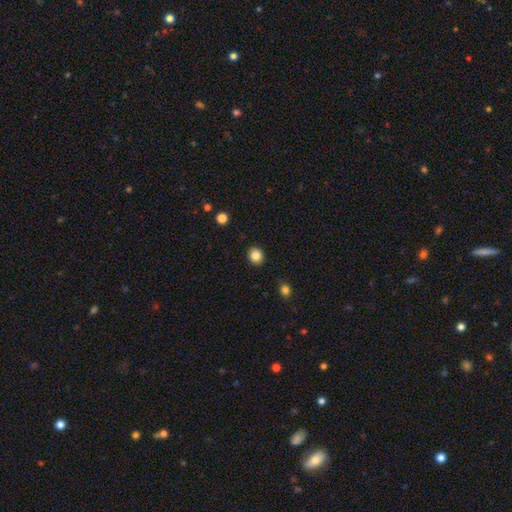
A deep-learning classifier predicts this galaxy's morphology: This appears to be a smooth galaxy with no disk features (84%) that is round (78%). Merging: none (91%).